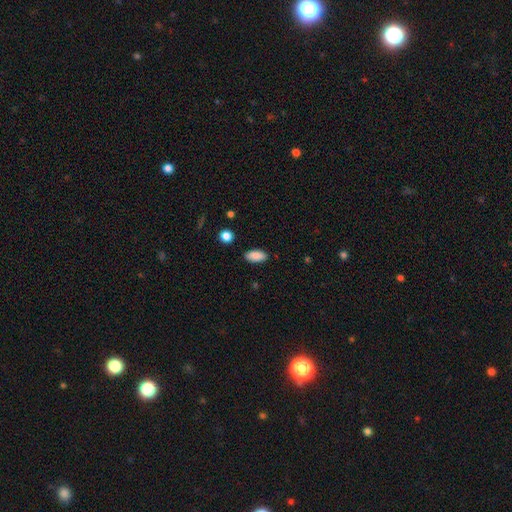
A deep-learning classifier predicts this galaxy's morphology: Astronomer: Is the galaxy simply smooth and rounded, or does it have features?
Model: smooth — 89%.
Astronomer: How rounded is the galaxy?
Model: in between — 90%.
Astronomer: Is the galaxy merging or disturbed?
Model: none — 88%.